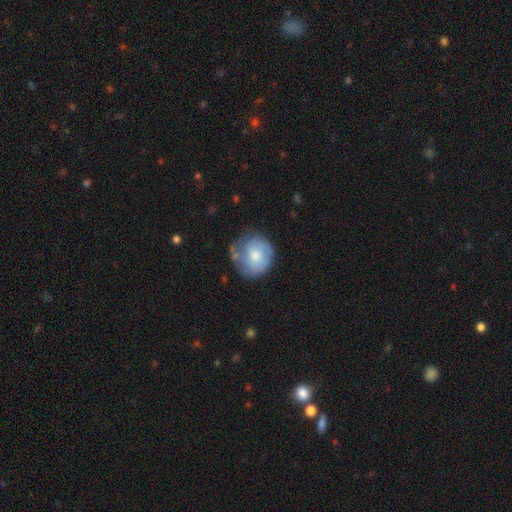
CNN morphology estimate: This appears to be a smooth galaxy with no disk features (58%) that is round (80%). Merging: none (51%).